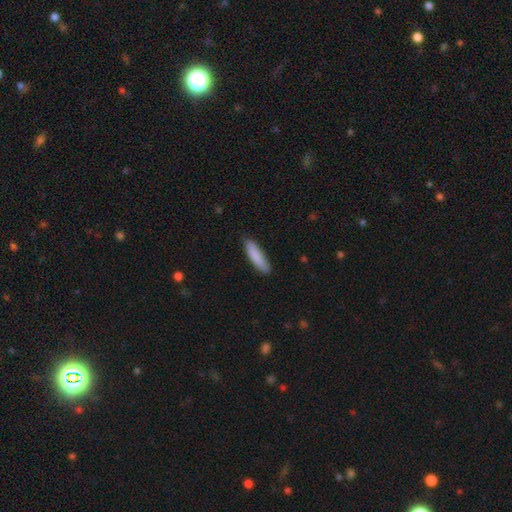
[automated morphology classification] A smooth galaxy with no disk features (86%) that is cigar-shaped (74%).

Vote fractions:
- Smooth or featured? smooth: 86% / featured or disk: 8% / star or artifact: 6%
- How rounded? cigar-shaped: 74% / in between: 25% / round: 1%
- Merging? none: 84% / minor disturbance: 13% / major disturbance: 2% / merger: 1%